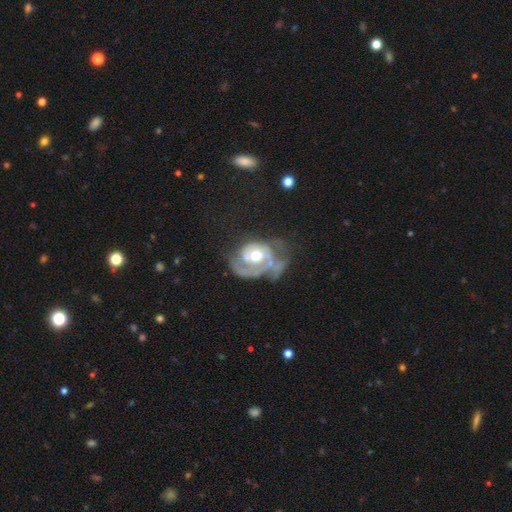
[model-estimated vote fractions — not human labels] featured or disk 74%, smooth 20%, star or artifact 6%. Down the decision tree: edge-on disk — no (97%); bar — no (81%); spiral arms — yes (69%); bulge size — moderate (70%); merging — major disturbance (43%).